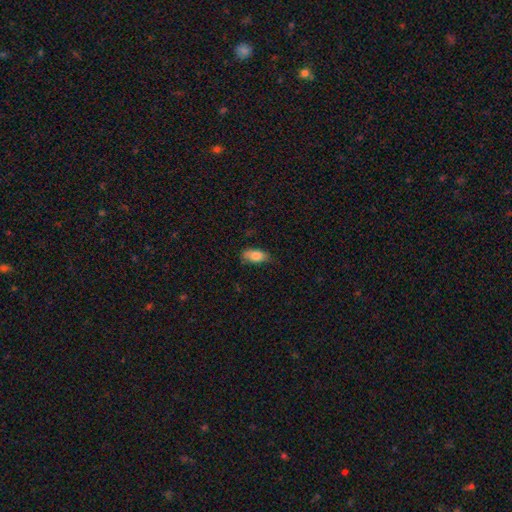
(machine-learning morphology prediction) Overall: smooth (82%). How rounded: in between (88%). Merging: none (69%).